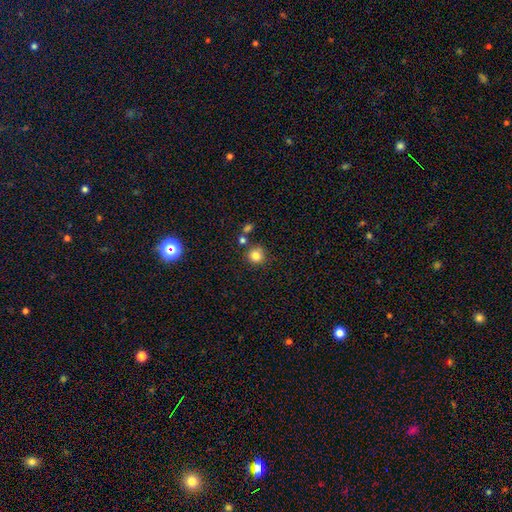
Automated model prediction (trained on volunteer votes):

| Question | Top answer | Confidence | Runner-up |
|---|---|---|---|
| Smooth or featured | smooth | 82% | star or artifact (12%) |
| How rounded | round | 92% | in between (7%) |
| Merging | none | 80% | minor disturbance (10%) |